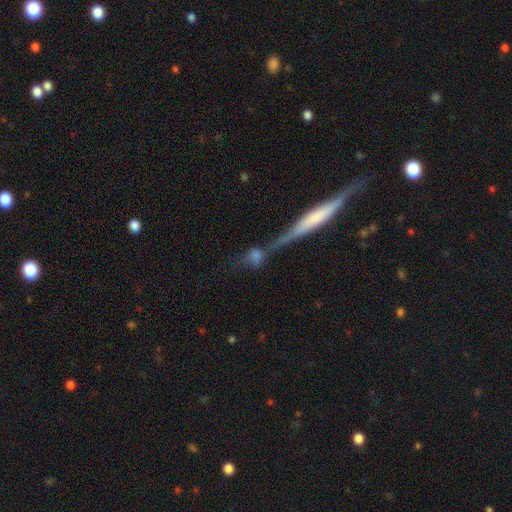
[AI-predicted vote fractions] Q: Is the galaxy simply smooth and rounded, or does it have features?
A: smooth — 53%.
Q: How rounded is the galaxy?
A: in between — 36%.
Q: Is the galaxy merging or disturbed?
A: none — 42%.